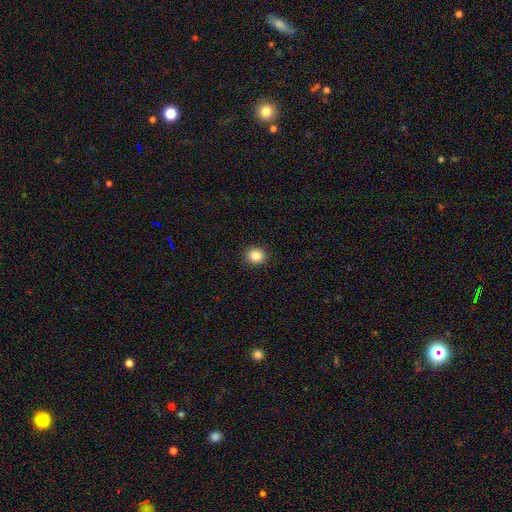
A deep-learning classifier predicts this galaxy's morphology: This appears to be a smooth galaxy with no disk features (85%) that is round (83%). Merging: none (92%).